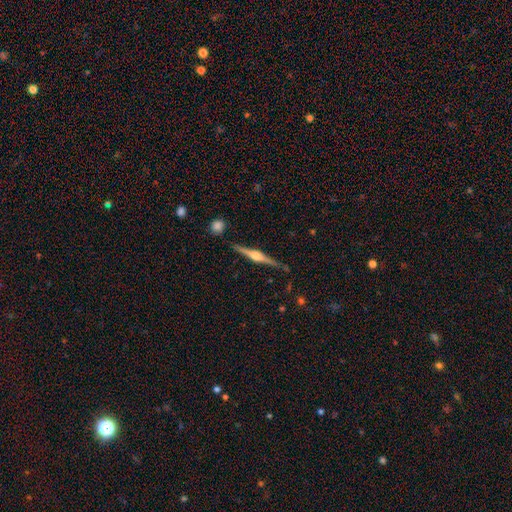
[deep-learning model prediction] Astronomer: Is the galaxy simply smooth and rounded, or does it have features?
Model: featured or disk — 83%.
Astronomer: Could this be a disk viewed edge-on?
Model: yes — 98%.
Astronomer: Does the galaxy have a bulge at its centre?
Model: rounded — 90%.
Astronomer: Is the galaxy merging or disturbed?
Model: none — 87%.